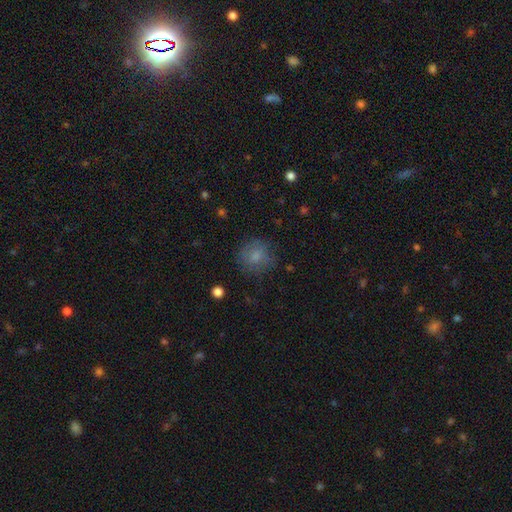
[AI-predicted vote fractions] smooth_or_featured: smooth (p=0.78) [alt: featured or disk p=0.11]
how_rounded: round (p=0.85) [alt: in between p=0.14]
merging: none (p=0.75) [alt: minor disturbance p=0.17]